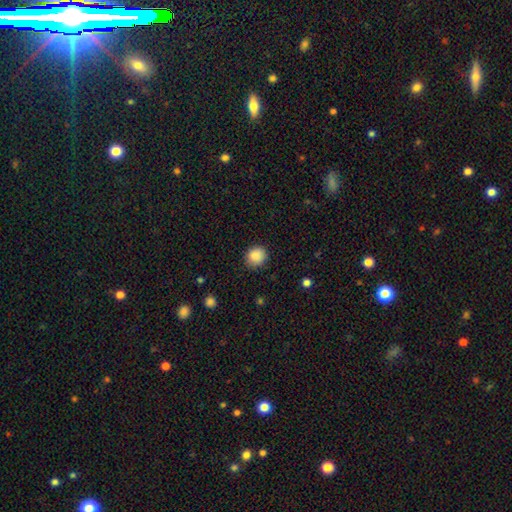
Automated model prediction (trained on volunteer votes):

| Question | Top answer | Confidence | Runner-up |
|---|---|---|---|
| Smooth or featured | smooth | 88% | star or artifact (9%) |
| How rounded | round | 83% | in between (16%) |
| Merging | none | 86% | minor disturbance (10%) |